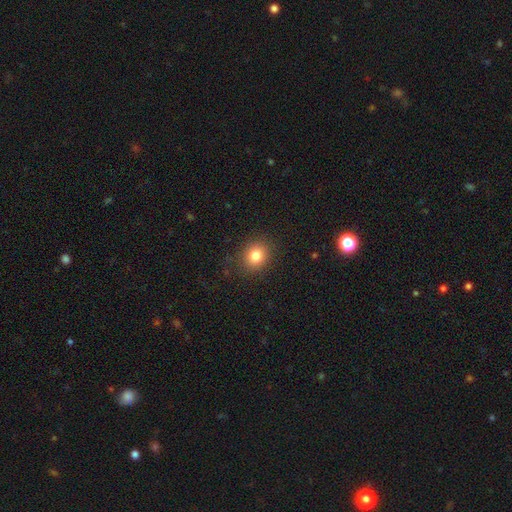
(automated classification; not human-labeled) This appears to be a smooth galaxy with no disk features (81%) that is round (72%). Merging: none (87%).